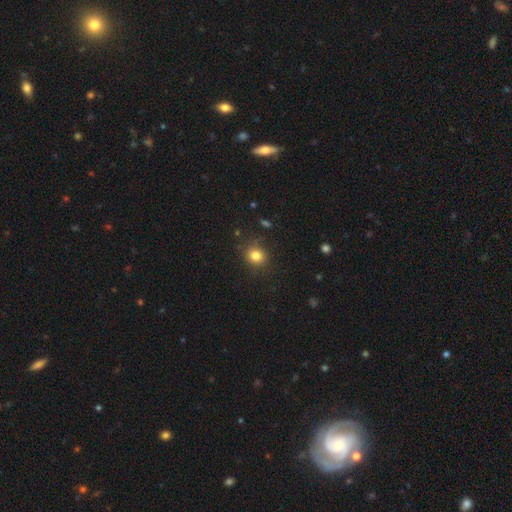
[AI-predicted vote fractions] Smooth or featured? Predicted: smooth (p=0.82). How rounded? Predicted: round (p=0.80). Merging? Predicted: none (p=0.83).